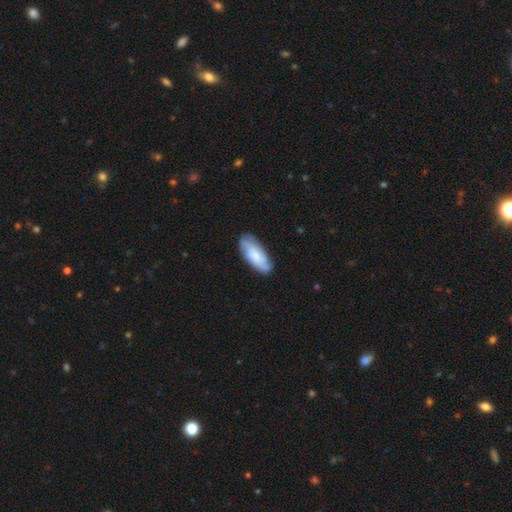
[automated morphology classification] This is possibly a smooth galaxy (55%). How rounded: clearly in between (82%). Merging: likely none (78%).